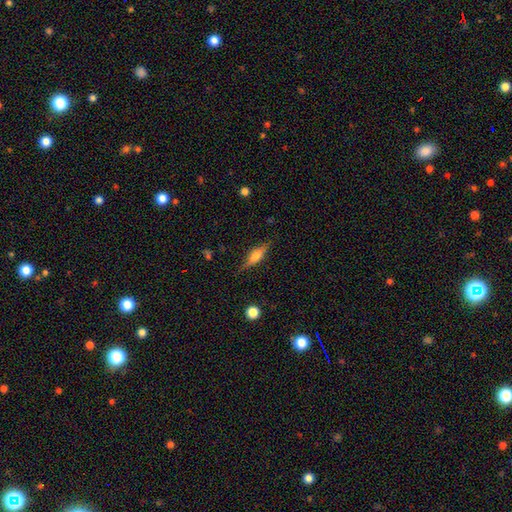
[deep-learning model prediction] The model was most divided on "smooth or featured": featured or disk: 52%, smooth: 40%, star or artifact: 7%. More confident: edge-on disk — yes (94%); merging — none (82%).